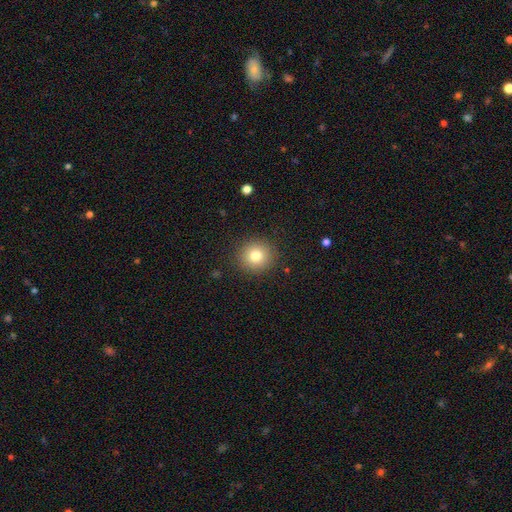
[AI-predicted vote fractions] A smooth galaxy with no disk features (80%) that is round (91%).

Vote fractions:
- Smooth or featured? smooth: 80% / star or artifact: 11% / featured or disk: 8%
- How rounded? round: 91% / in between: 8% / cigar-shaped: 1%
- Merging? none: 90% / minor disturbance: 6% / major disturbance: 2% / merger: 1%